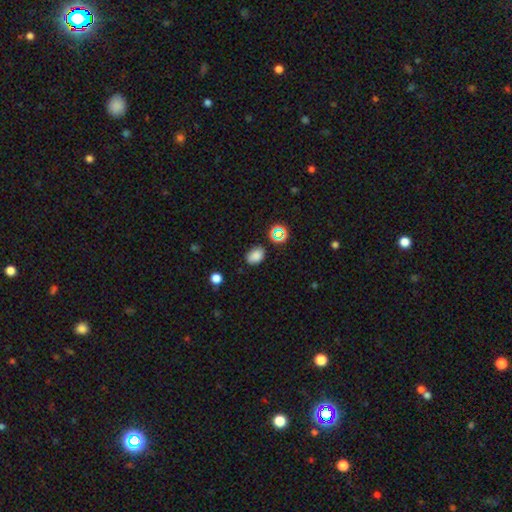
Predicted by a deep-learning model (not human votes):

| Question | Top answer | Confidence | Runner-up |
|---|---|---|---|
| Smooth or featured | smooth | 80% | star or artifact (15%) |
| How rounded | in between | 78% | round (21%) |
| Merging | none | 80% | minor disturbance (14%) |